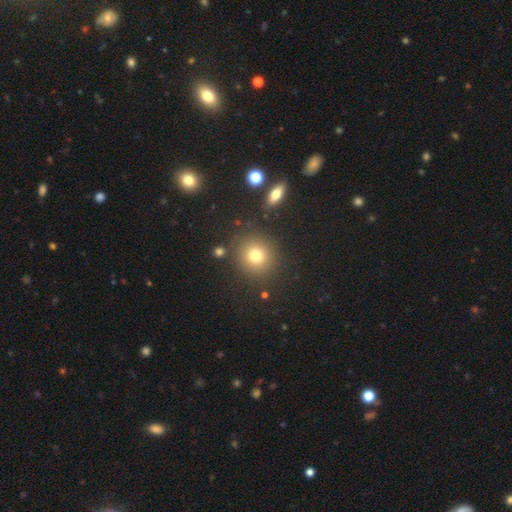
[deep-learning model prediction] Morphology: type=smooth (76%); roundness=round (89%); merging=none (85%).